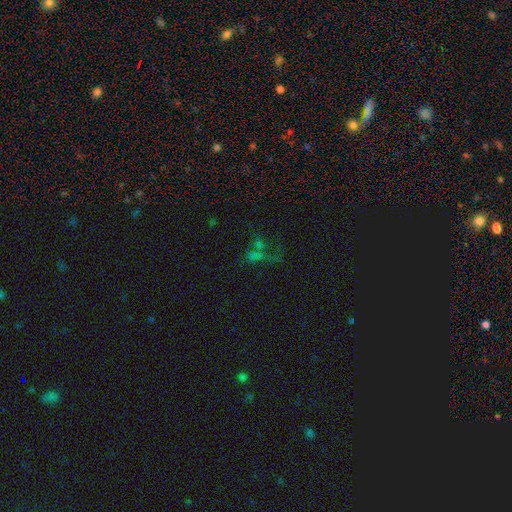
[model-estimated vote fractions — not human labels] Q: Smooth or featured?
A: star or artifact (49%); runner-up: smooth (31%)